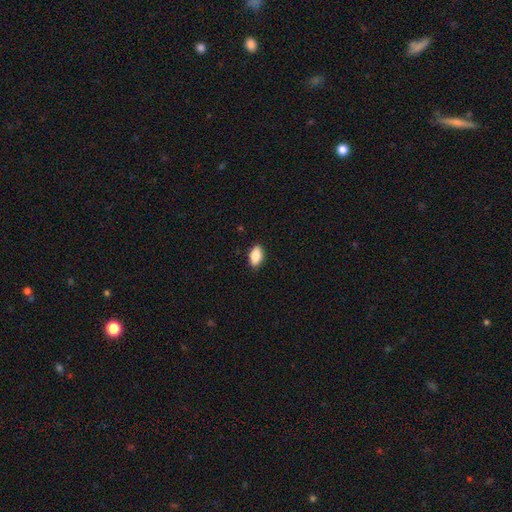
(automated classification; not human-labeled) smooth-or-featured: smooth: 87% | star or artifact: 7% | featured or disk: 6%
  how-rounded: in between: 92% | round: 4% | cigar-shaped: 4%
  merging: none: 89% | minor disturbance: 9% | major disturbance: 2% | merger: 1%